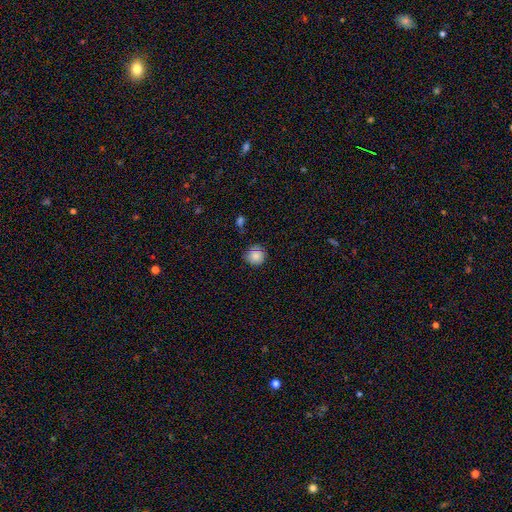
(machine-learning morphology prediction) A smooth galaxy with no disk features (82%) that is round (91%).

Vote fractions:
- Smooth or featured? smooth: 82% / star or artifact: 9% / featured or disk: 9%
- How rounded? round: 91% / in between: 8% / cigar-shaped: 1%
- Merging? none: 76% / minor disturbance: 18% / major disturbance: 4% / merger: 2%